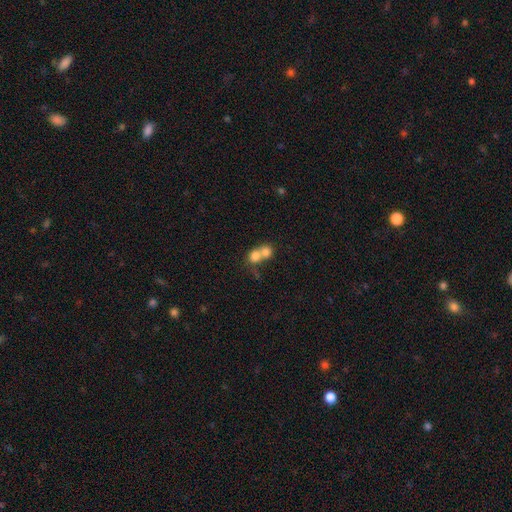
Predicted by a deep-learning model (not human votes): Smooth or featured? smooth (77%)
How rounded? round (72%)
Merging? merger (69%)